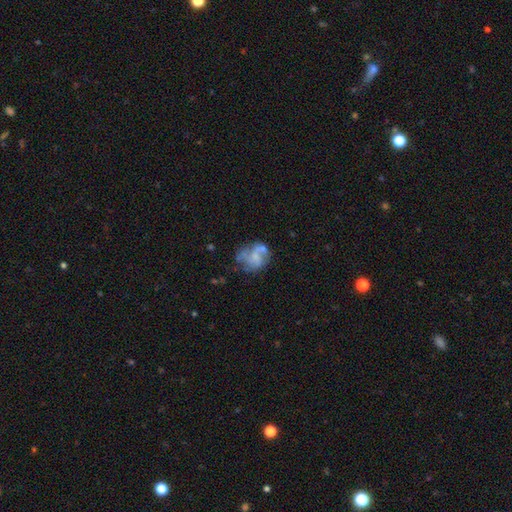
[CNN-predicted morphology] Q: Smooth or featured?
A: featured or disk (68%); runner-up: smooth (23%)
Q: Edge-on disk?
A: no (98%); runner-up: yes (2%)
Q: Bar?
A: no (63%); runner-up: weak (30%)
Q: Spiral arms?
A: yes (76%); runner-up: no (24%)
Q: Spiral winding?
A: medium (44%); runner-up: loose (36%)
Q: Spiral arm count?
A: 2 (38%); runner-up: 3 (28%)
Q: Bulge size?
A: none (51%); runner-up: small (28%)
Q: Merging?
A: none (50%); runner-up: minor disturbance (22%)